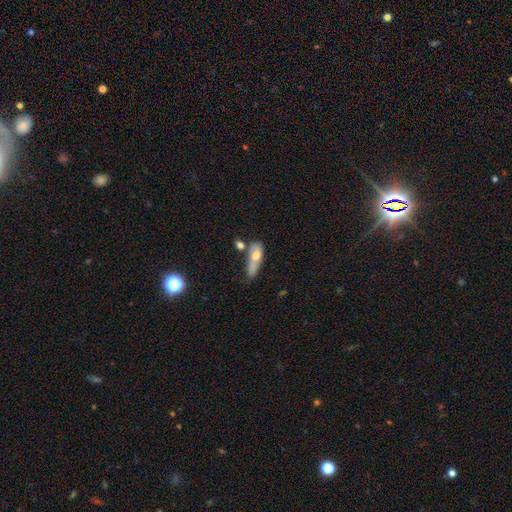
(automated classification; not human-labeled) This appears to be a smooth galaxy with no disk features (62%) that is in between round and cigar-shaped (66%). Merging: merger (29%).